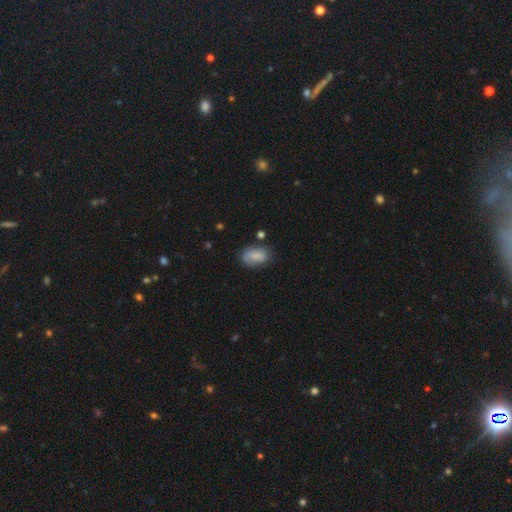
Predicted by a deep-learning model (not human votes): Smooth or featured? smooth (78%)
How rounded? in between (89%)
Merging? none (66%)